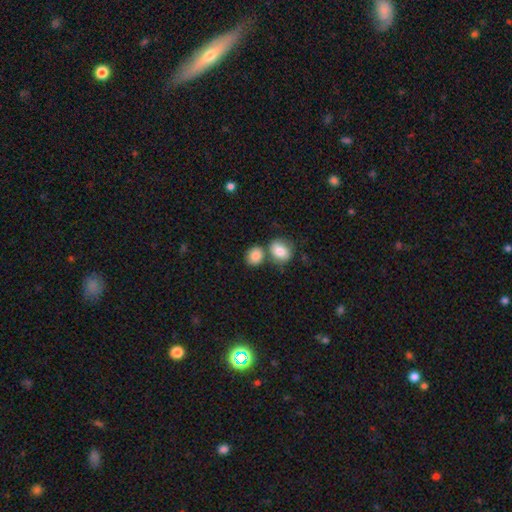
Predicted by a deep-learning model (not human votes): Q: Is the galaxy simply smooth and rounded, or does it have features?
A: smooth — 85%.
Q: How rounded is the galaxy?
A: round — 59%.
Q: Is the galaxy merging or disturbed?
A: none — 53%.